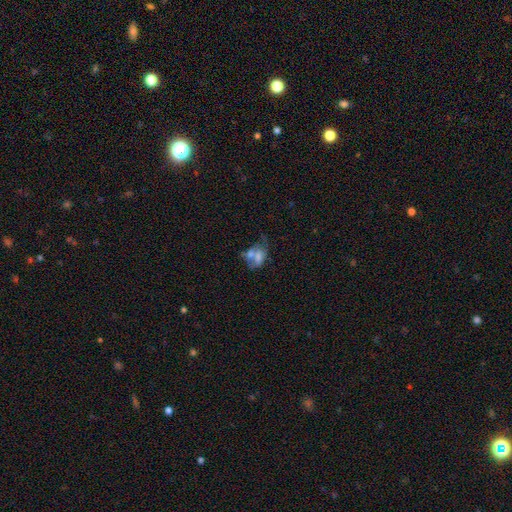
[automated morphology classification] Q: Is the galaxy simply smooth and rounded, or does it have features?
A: smooth — 54%.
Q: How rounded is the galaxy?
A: in between — 80%.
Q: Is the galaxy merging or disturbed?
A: merger — 50%.